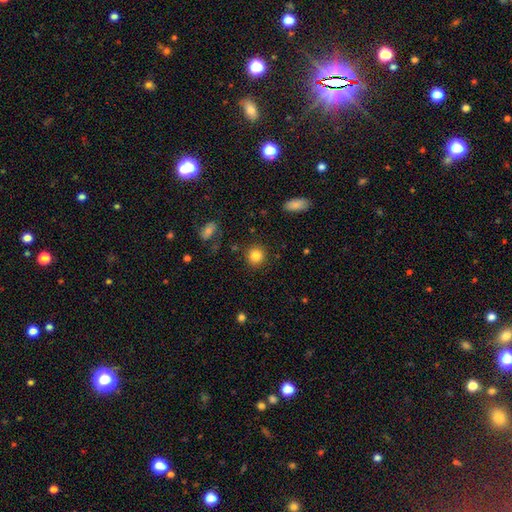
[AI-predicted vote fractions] Smooth or featured: smooth — 84% (star or artifact — 10%)
How rounded: round — 91% (in between — 8%)
Merging: none — 90% (minor disturbance — 6%)